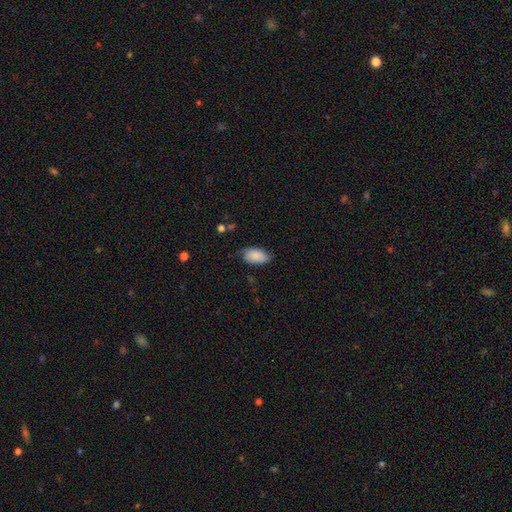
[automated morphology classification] Smooth or featured? smooth (84%)
How rounded? in between (94%)
Merging? none (69%)